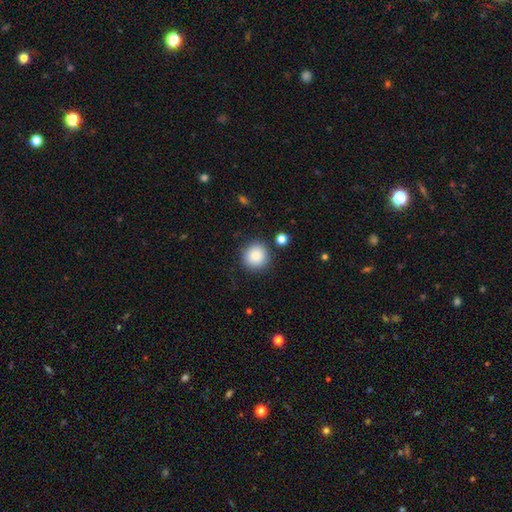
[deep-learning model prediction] A smooth galaxy with no disk features (87%) that is round (93%).

Vote fractions:
- Smooth or featured? smooth: 87% / star or artifact: 8% / featured or disk: 5%
- How rounded? round: 93% / in between: 6% / cigar-shaped: 1%
- Merging? none: 85% / minor disturbance: 8% / merger: 3% / major disturbance: 3%